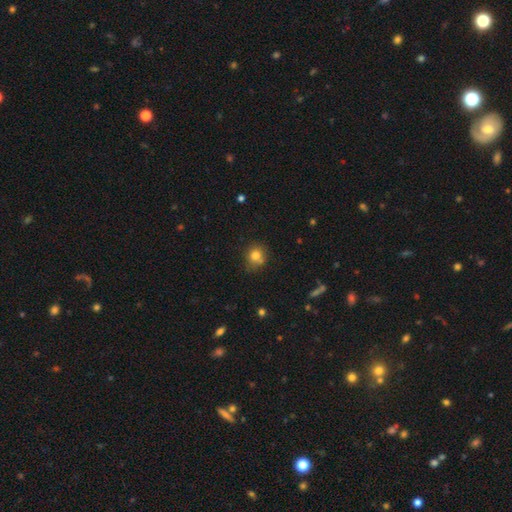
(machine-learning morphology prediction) Q: Smooth or featured?
A: smooth (78%); runner-up: star or artifact (13%)
Q: How rounded?
A: round (80%); runner-up: in between (19%)
Q: Merging?
A: none (66%); runner-up: minor disturbance (19%)